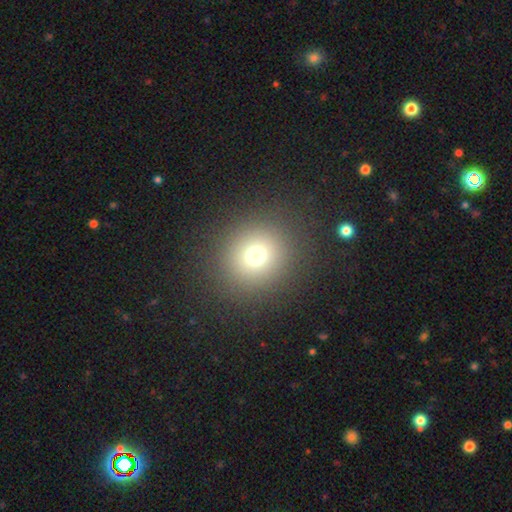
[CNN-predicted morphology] This appears to be a smooth galaxy with no disk features (73%) that is round (87%). Merging: none (89%).